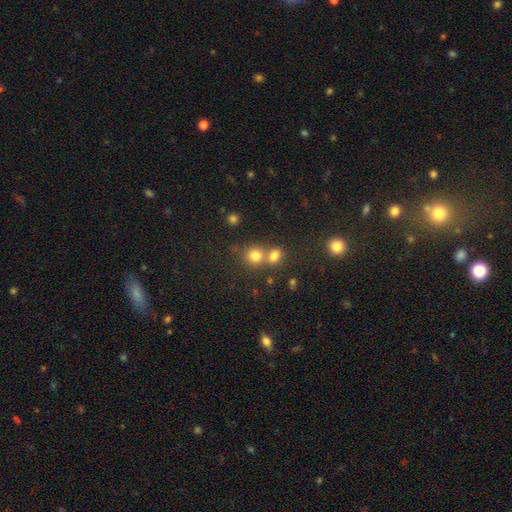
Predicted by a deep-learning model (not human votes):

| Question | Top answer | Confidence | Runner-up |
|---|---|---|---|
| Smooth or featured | smooth | 77% | star or artifact (15%) |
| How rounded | round | 84% | in between (15%) |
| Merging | none | 48% | merger (43%) |